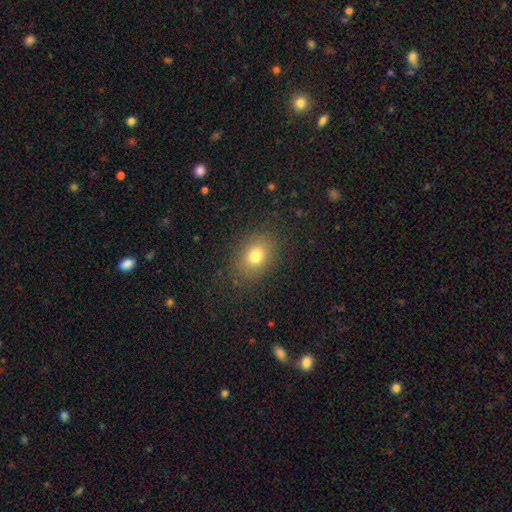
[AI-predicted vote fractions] A smooth galaxy with no disk features (78%) that is in between round and cigar-shaped (68%).

Vote fractions:
- Smooth or featured? smooth: 78% / star or artifact: 12% / featured or disk: 11%
- How rounded? in between: 68% / round: 30% / cigar-shaped: 1%
- Merging? none: 85% / minor disturbance: 10% / major disturbance: 4% / merger: 1%